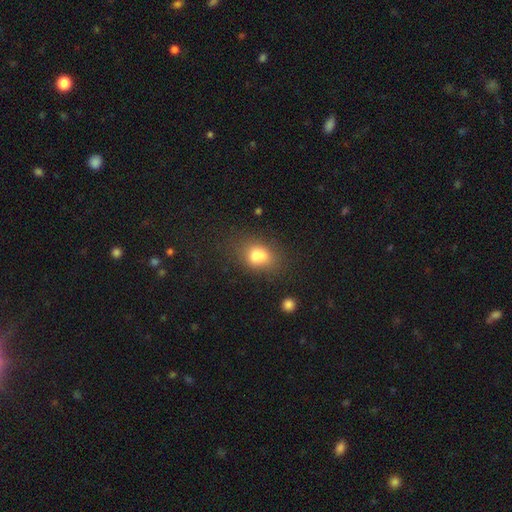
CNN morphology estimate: Smooth or featured?
  - smooth: 69% *
  - featured or disk: 18%
  - star or artifact: 13%
How rounded?
  - in between: 53% *
  - round: 46%
  - cigar-shaped: 1%
Merging?
  - merger: 41% *
  - none: 36%
  - minor disturbance: 15%
  - major disturbance: 7%